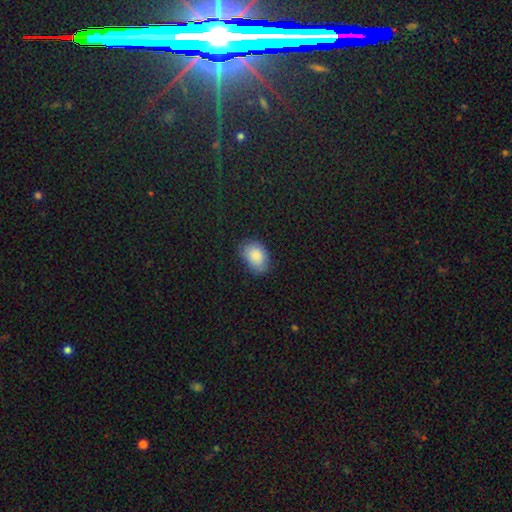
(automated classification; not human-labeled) A smooth galaxy with no disk features (87%) that is in between round and cigar-shaped (80%). Merging: none (71%).